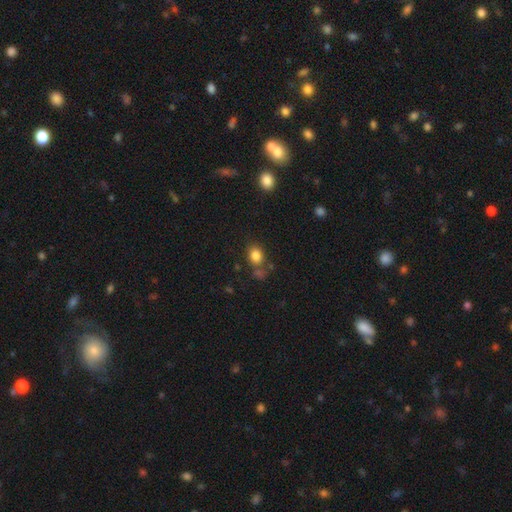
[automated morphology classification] smooth 83%, star or artifact 11%, featured or disk 6%. Down the decision tree: how rounded — round (55%); merging — none (68%).